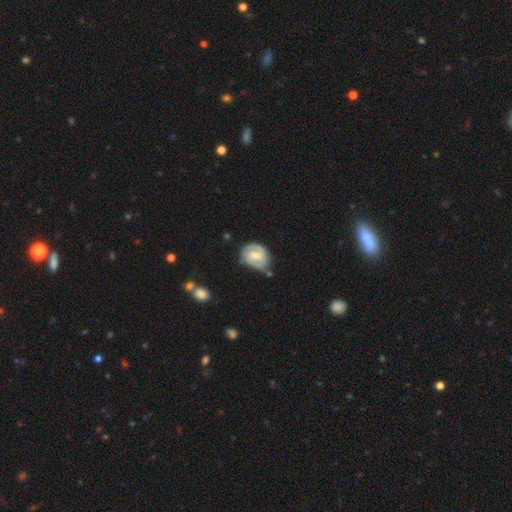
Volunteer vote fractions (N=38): This appears to be a featured or disk galaxy (87%) with a weak bar (66%), 2 (84%) tight (59%) spiral arms (100%) and a small central bulge (53%). Merging: none (65%).